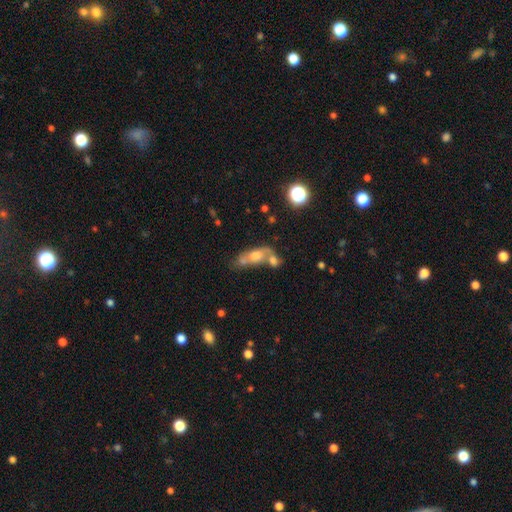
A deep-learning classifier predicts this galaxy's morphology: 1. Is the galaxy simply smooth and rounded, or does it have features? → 46% smooth, 40% featured or disk, 15% star or artifact.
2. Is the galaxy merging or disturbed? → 44% merger, 30% none, 14% minor disturbance, 11% major disturbance.